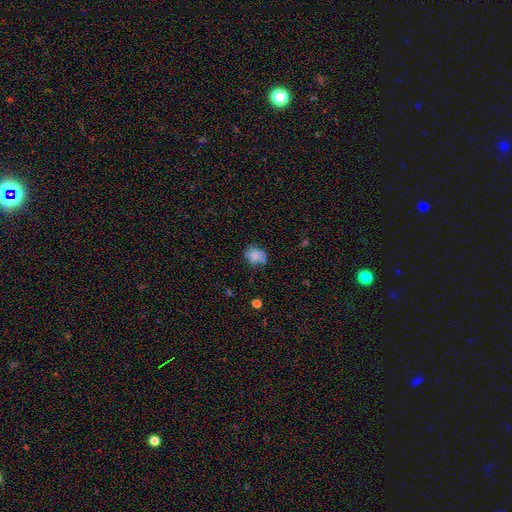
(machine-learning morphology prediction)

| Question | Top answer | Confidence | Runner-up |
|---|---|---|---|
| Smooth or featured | smooth | 78% | featured or disk (12%) |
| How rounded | round | 52% | in between (47%) |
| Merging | none | 59% | minor disturbance (29%) |